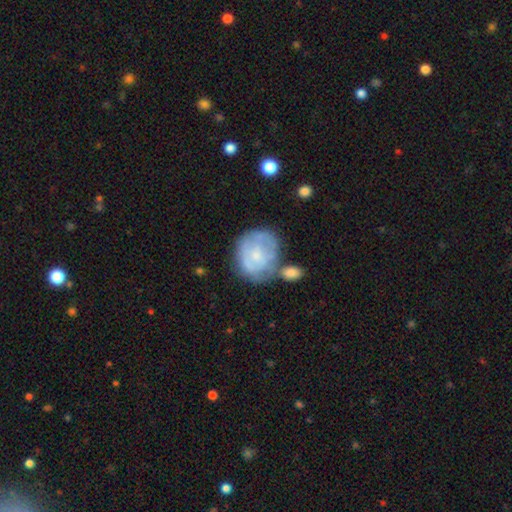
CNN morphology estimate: featured or disk 51%, smooth 42%, star or artifact 7%. Down the decision tree: edge-on disk — no (97%); merging — none (43%).